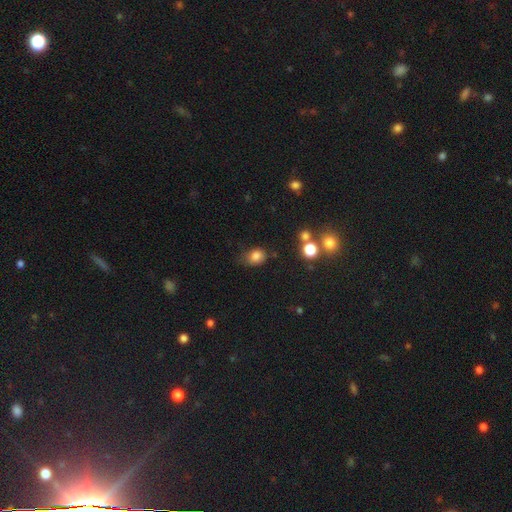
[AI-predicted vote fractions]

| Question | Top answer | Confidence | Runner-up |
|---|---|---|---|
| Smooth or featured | smooth | 81% | star or artifact (12%) |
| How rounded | in between | 56% | round (43%) |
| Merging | none | 57% | minor disturbance (30%) |